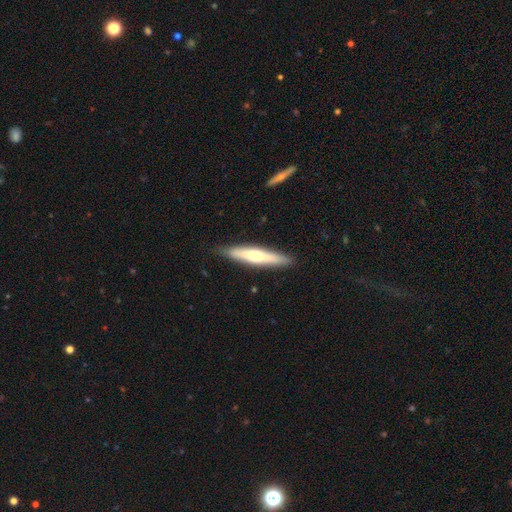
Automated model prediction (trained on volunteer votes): Smooth or featured? Predicted: smooth (p=0.54). How rounded? Predicted: cigar-shaped (p=0.88). Merging? Predicted: none (p=0.88).